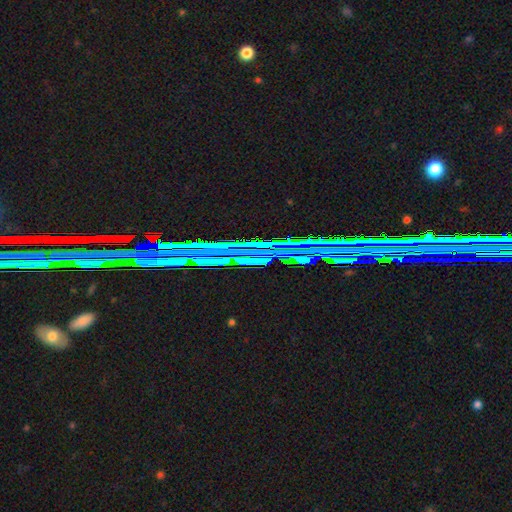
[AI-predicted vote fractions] Overall: star or artifact (83%).